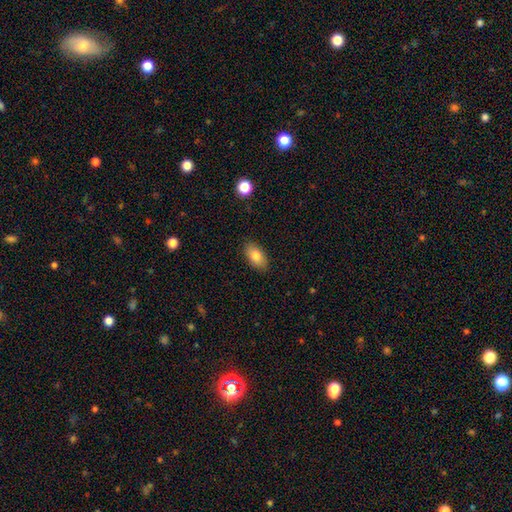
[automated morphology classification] This is clearly a smooth galaxy (82%). How rounded: clearly in between (92%). Merging: clearly none (88%).